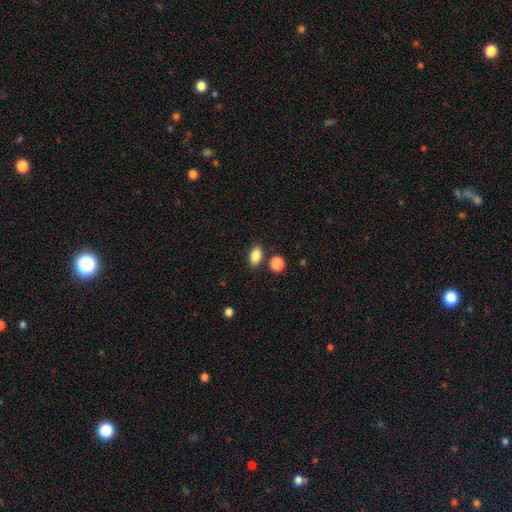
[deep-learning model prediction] Morphology: type=smooth (86%); roundness=in between (86%); merging=none (80%).